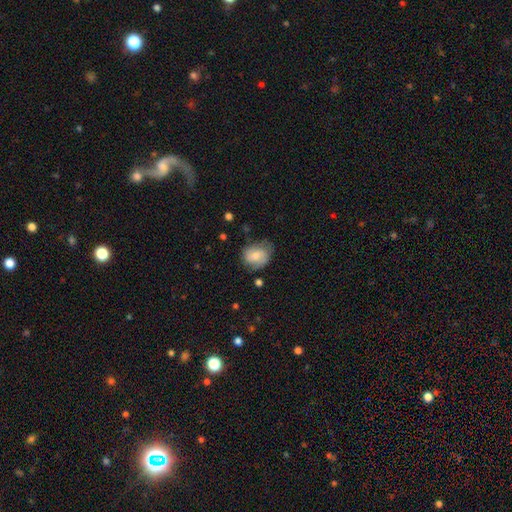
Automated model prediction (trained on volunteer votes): Smooth or featured? Predicted: smooth (p=0.64). How rounded? Predicted: in between (p=0.52). Merging? Predicted: none (p=0.57).